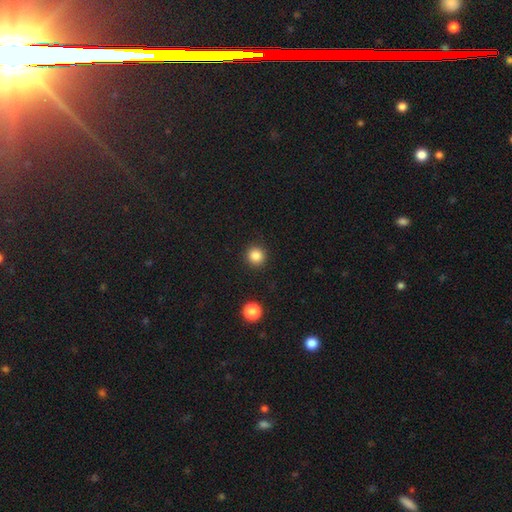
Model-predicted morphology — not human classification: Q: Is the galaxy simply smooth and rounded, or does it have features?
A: smooth — 85%.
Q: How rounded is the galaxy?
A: round — 94%.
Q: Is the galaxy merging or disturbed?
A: none — 91%.